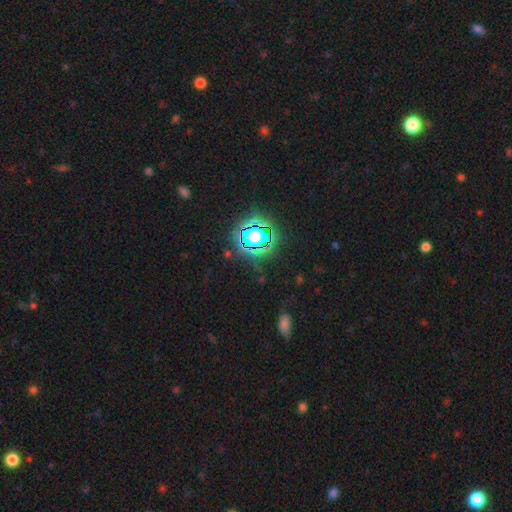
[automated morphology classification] This is likely a star or artifact rather than a galaxy (76%).